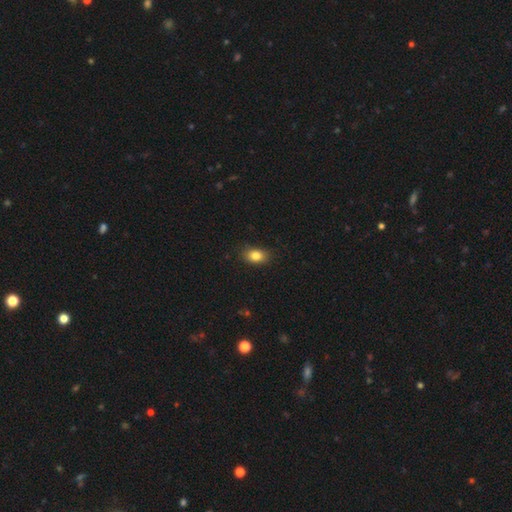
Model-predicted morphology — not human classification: Smooth or featured? Predicted: smooth (p=0.83). How rounded? Predicted: in between (p=0.80). Merging? Predicted: none (p=0.85).